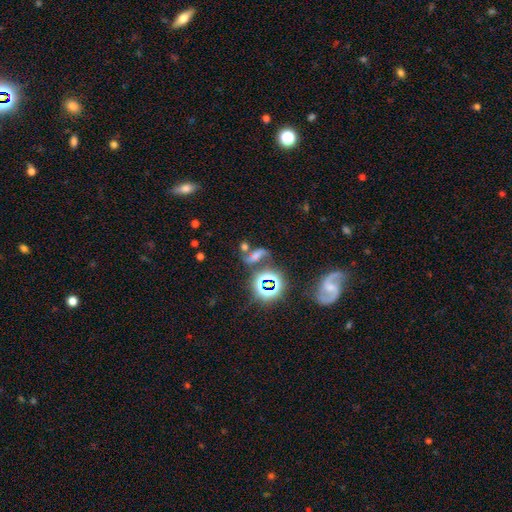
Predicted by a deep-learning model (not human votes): Smooth or featured?
  - star or artifact: 38% *
  - smooth: 32%
  - featured or disk: 30%